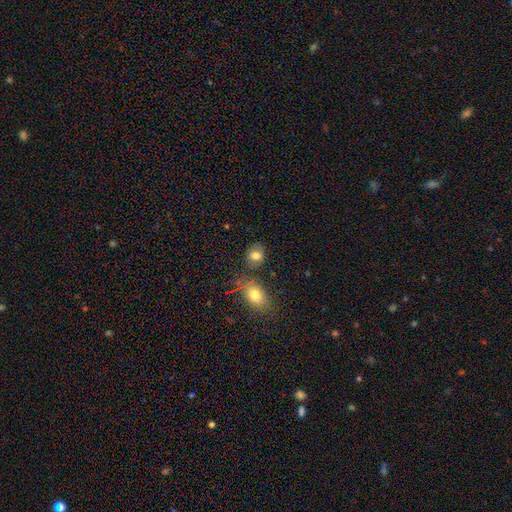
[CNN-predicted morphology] The model was most divided on "how rounded": round: 51%, in between: 48%, cigar-shaped: 1%. More confident: smooth or featured — smooth (79%); merging — none (74%).